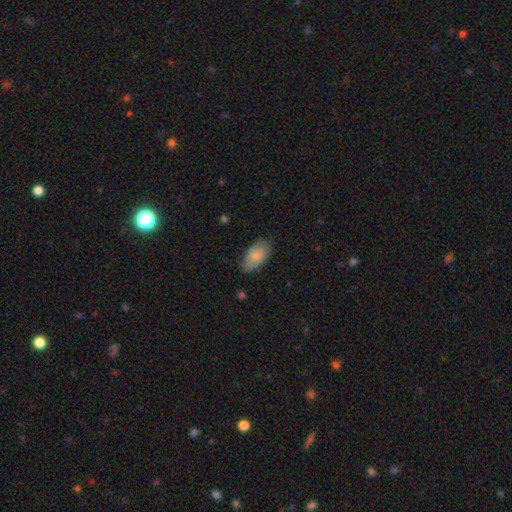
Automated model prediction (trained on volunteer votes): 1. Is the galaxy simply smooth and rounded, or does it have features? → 82% smooth, 12% featured or disk, 6% star or artifact.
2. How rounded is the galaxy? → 94% in between, 3% cigar-shaped, 3% round.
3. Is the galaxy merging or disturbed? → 75% none, 21% minor disturbance, 4% major disturbance, 1% merger.